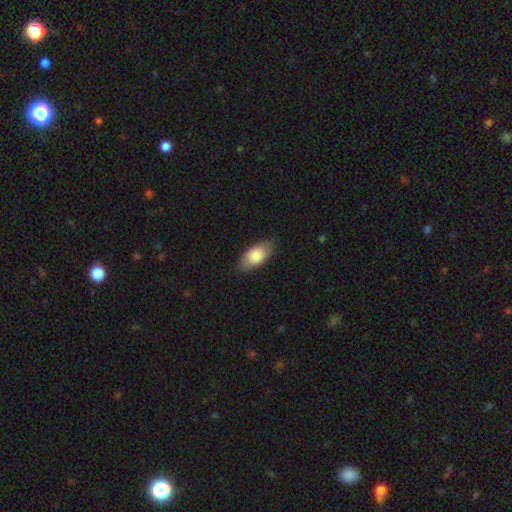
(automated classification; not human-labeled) Smooth or featured?
  - smooth: 81% *
  - featured or disk: 13%
  - star or artifact: 6%
How rounded?
  - in between: 93% *
  - round: 4%
  - cigar-shaped: 3%
Merging?
  - none: 82% *
  - minor disturbance: 14%
  - major disturbance: 3%
  - merger: 1%